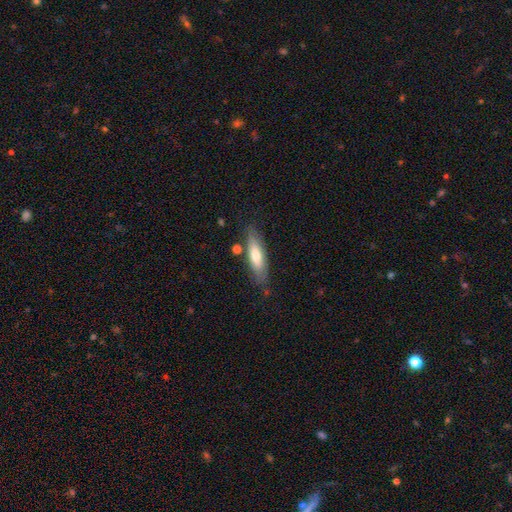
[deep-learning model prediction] A smooth galaxy with no disk features (64%) that is cigar-shaped (53%). Merging: none (76%).